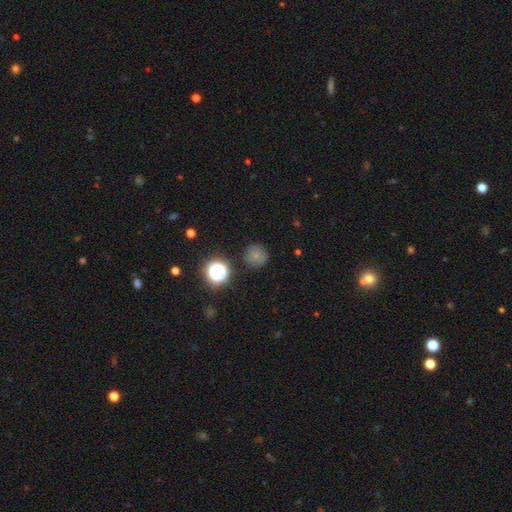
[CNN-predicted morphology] Overall: smooth (70%). How rounded: round (94%). Merging: none (84%).